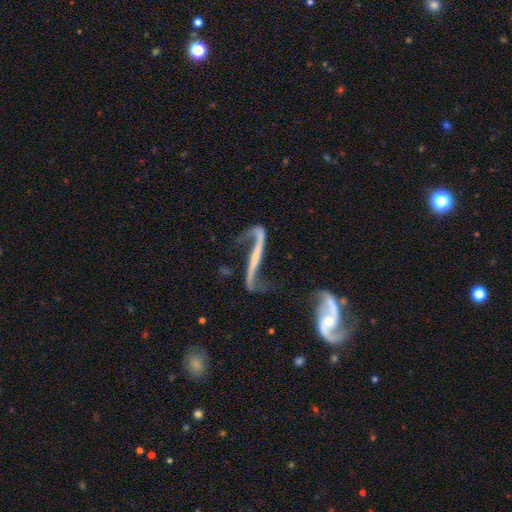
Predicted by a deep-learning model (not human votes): The model was most divided on "bulge size": none: 43%, small: 42%, moderate: 11%, large: 2%, dominant: 2%. Remaining: spiral arms — yes (91%); spiral arm count — 2 (89%); spiral winding — loose (88%); smooth or featured — featured or disk (85%); edge-on disk — no (74%); bar — strong (50%); merging — none (45%).